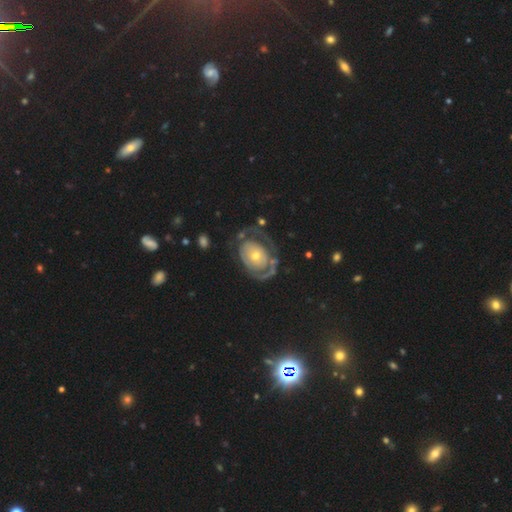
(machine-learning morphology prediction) This appears to be a featured or disk galaxy (73%) with no bar (84%), spiral arms (62%) and a moderate central bulge (47%). Merging: none (46%).